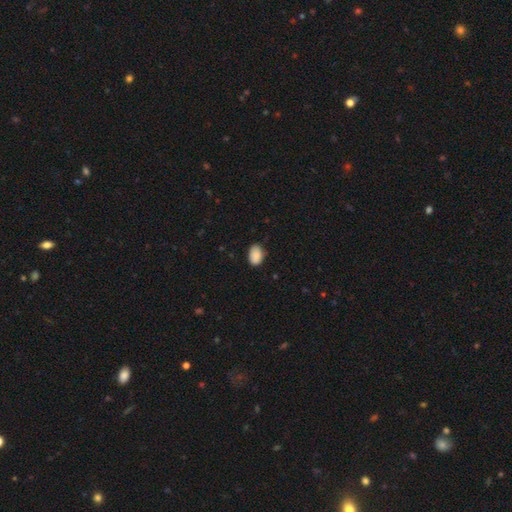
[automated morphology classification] smooth-or-featured: smooth: 88% | star or artifact: 7% | featured or disk: 5%
  how-rounded: in between: 86% | round: 13% | cigar-shaped: 1%
  merging: none: 76% | minor disturbance: 20% | major disturbance: 3% | merger: 1%